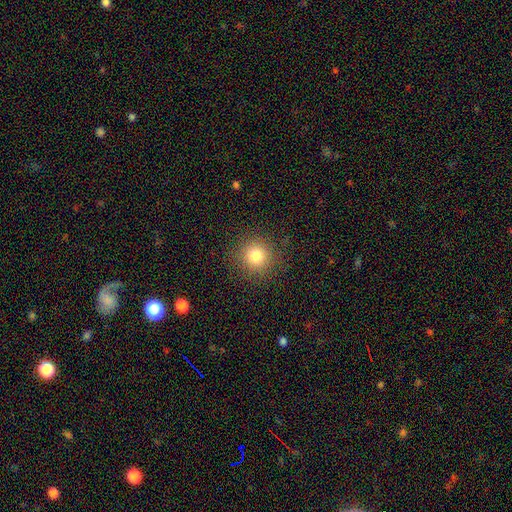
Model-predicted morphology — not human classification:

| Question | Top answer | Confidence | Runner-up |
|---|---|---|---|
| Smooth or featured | smooth | 80% | star or artifact (13%) |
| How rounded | round | 94% | in between (6%) |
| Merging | none | 88% | minor disturbance (7%) |